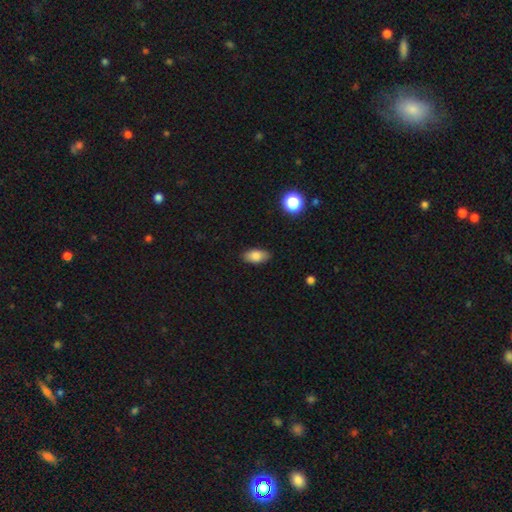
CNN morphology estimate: The model was most divided on "smooth or featured": smooth: 84%, featured or disk: 8%, star or artifact: 8%. More confident: how rounded — in between (91%); merging — none (87%).